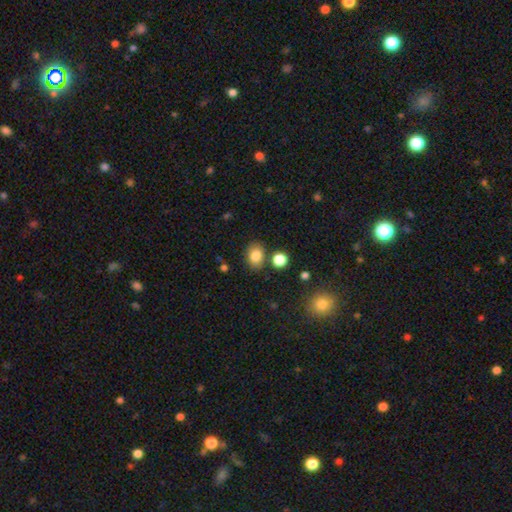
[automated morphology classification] Smooth or featured?
  - smooth: 84% *
  - star or artifact: 10%
  - featured or disk: 6%
How rounded?
  - in between: 65% *
  - round: 34%
  - cigar-shaped: 1%
Merging?
  - none: 77% *
  - minor disturbance: 12%
  - merger: 7%
  - major disturbance: 4%